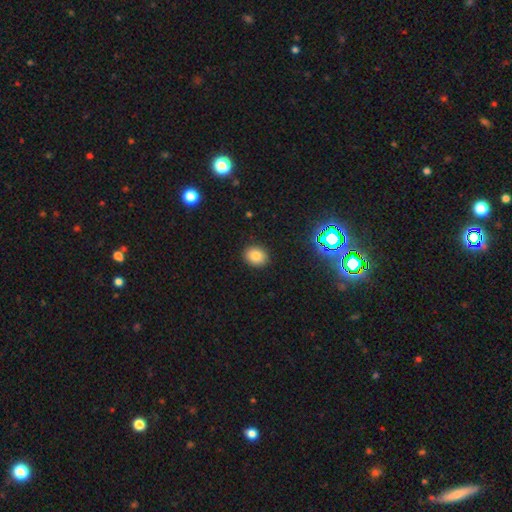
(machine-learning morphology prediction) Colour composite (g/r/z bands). It shows a smooth galaxy with no disk features (81%) that is round (53%). Merging: none (90%).